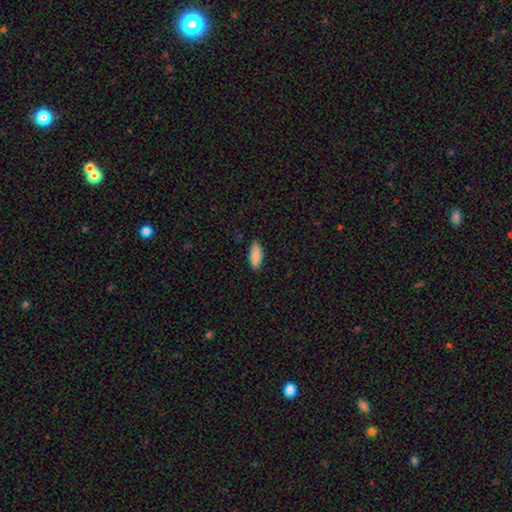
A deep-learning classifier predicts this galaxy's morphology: smooth 90%, star or artifact 6%, featured or disk 4%. Down the decision tree: how rounded — in between (83%); merging — none (89%).